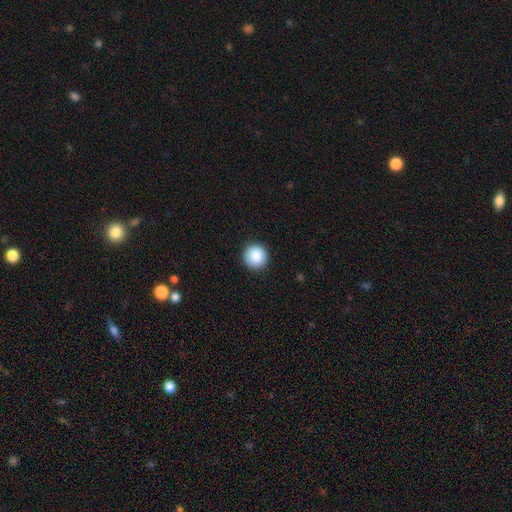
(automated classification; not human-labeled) smooth 89%, star or artifact 8%, featured or disk 3%. Down the decision tree: how rounded — round (96%); merging — none (93%).